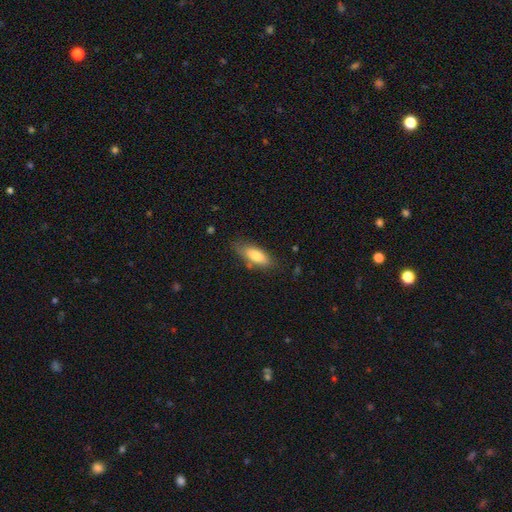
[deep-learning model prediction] Overall: smooth (77%). How rounded: in between (75%). Merging: none (72%).